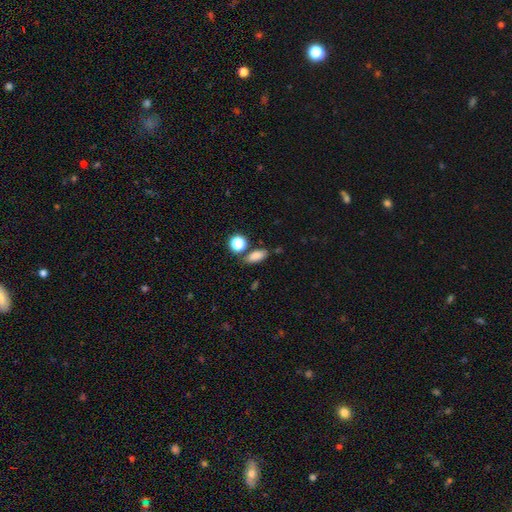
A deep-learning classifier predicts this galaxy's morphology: This appears to be a smooth galaxy with no disk features (80%) that is in between round and cigar-shaped (80%). Merging: none (72%).